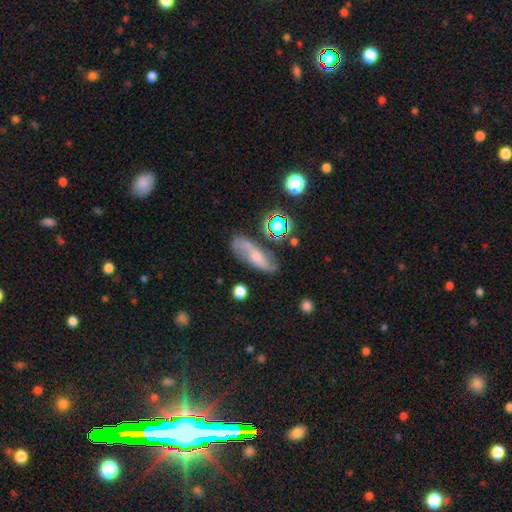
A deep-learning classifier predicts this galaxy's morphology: Smooth or featured? featured or disk (48%)
Merging? none (61%)